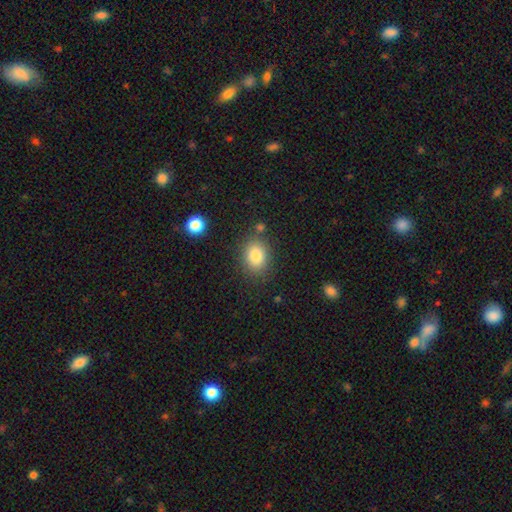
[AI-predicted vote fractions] smooth 84%, star or artifact 9%, featured or disk 7%. Down the decision tree: how rounded — in between (58%); merging — none (79%).